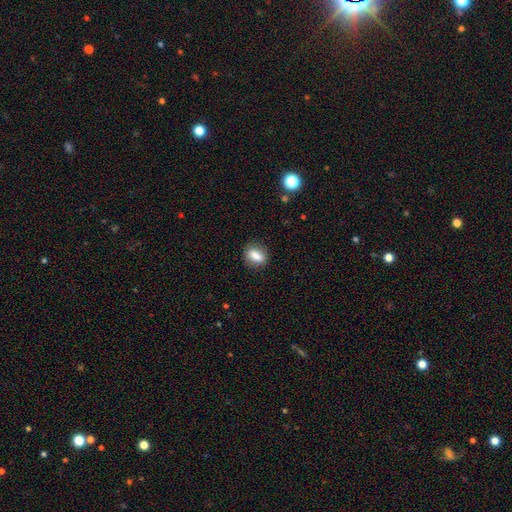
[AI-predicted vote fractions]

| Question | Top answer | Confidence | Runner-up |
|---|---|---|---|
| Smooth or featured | smooth | 81% | featured or disk (11%) |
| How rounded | in between | 69% | round (23%) |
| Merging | none | 85% | minor disturbance (11%) |